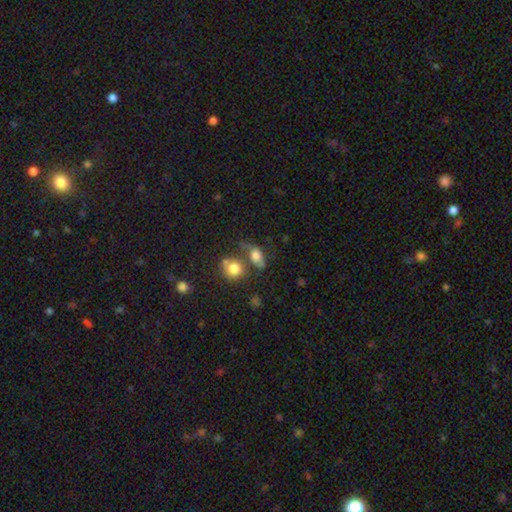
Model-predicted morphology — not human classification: Smooth or featured? Predicted: smooth (p=0.66). How rounded? Predicted: in between (p=0.69). Merging? Predicted: none (p=0.36).